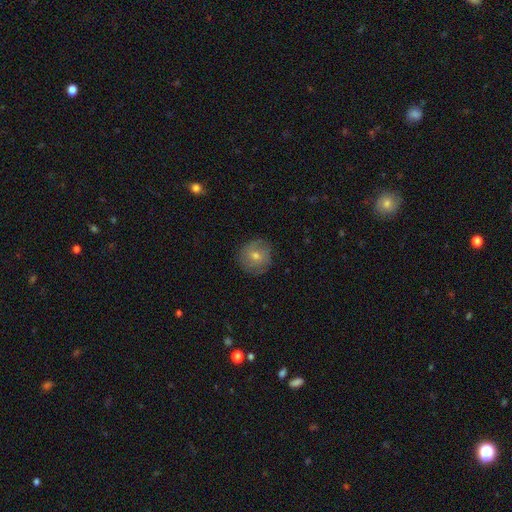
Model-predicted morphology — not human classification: Smooth or featured? smooth (53%)
How rounded? round (91%)
Merging? none (84%)